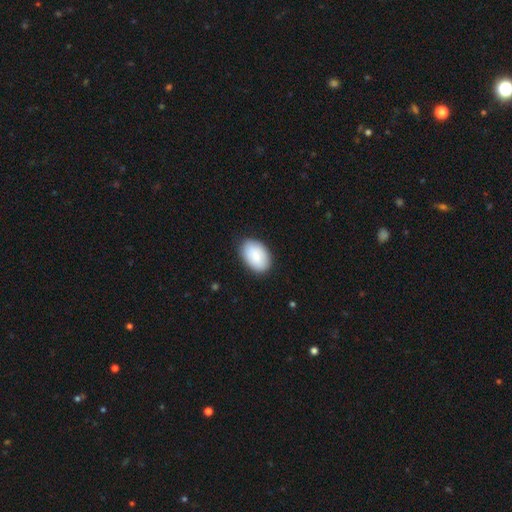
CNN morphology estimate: Overall: smooth (85%). How rounded: in between (90%). Merging: none (85%).